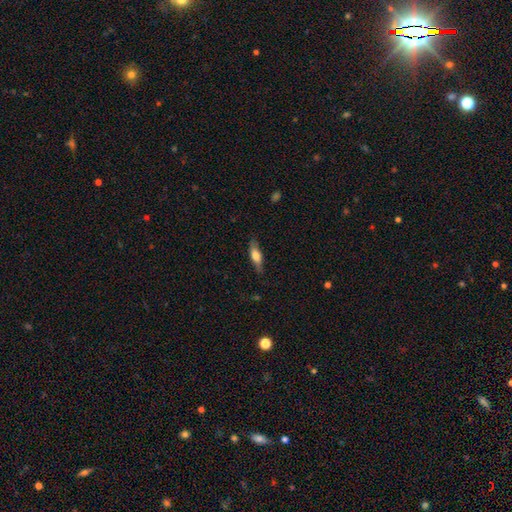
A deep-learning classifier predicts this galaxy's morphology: Q: Smooth or featured?
A: smooth (62%); runner-up: featured or disk (31%)
Q: How rounded?
A: cigar-shaped (53%); runner-up: in between (45%)
Q: Merging?
A: none (81%); runner-up: minor disturbance (14%)